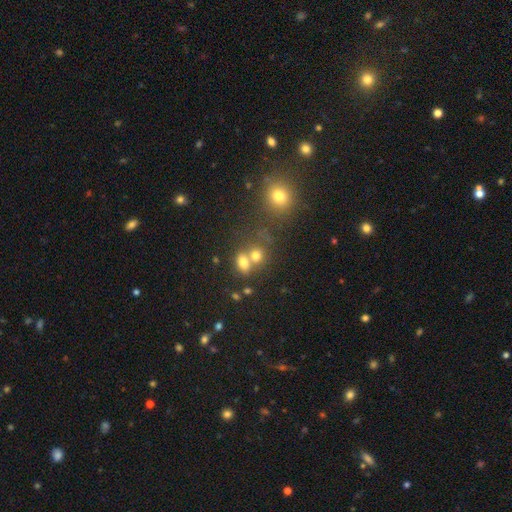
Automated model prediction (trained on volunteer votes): This is likely a smooth galaxy (74%). How rounded: possibly round (50%). Merging: possibly merger (48%).